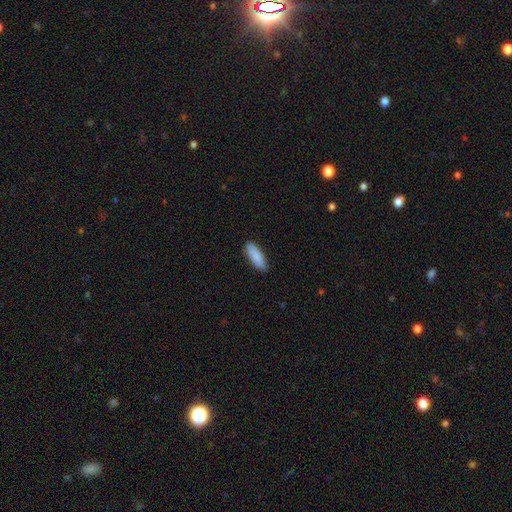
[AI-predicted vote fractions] Overall: smooth (89%). How rounded: in between (63%; cigar-shaped 36%). Merging: none (85%).